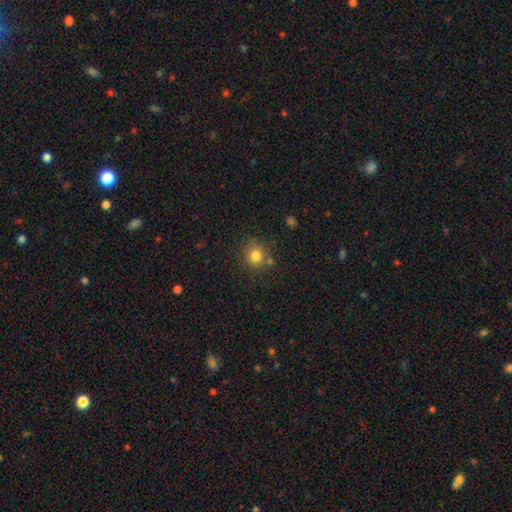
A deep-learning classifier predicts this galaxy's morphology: A smooth galaxy with no disk features (80%) that is round (87%).

Vote fractions:
- Smooth or featured? smooth: 80% / star or artifact: 12% / featured or disk: 8%
- How rounded? round: 87% / in between: 12% / cigar-shaped: 1%
- Merging? none: 74% / minor disturbance: 13% / merger: 9% / major disturbance: 4%